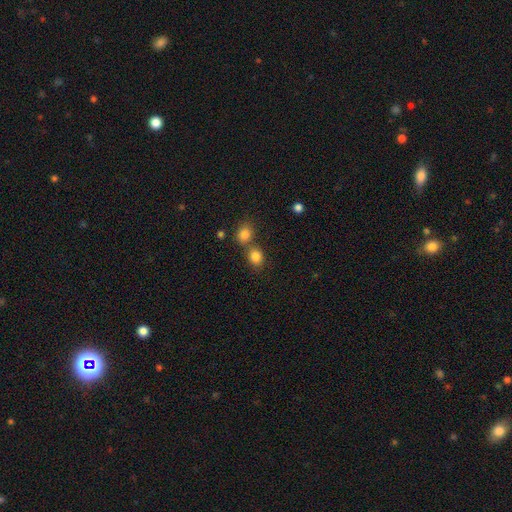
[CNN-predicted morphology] Smooth or featured: smooth — 83% (star or artifact — 11%)
How rounded: round — 62% (in between — 37%)
Merging: none — 54% (merger — 33%)